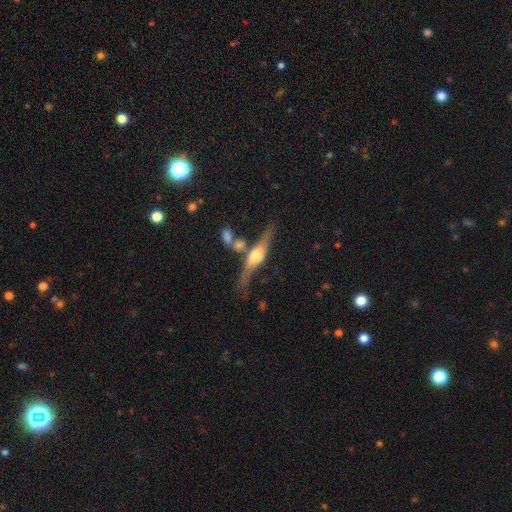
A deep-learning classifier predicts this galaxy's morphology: This appears to be a featured or disk galaxy (77%) viewed edge-on (93%) with a rounded central bulge (93%). Merging: none (63%).